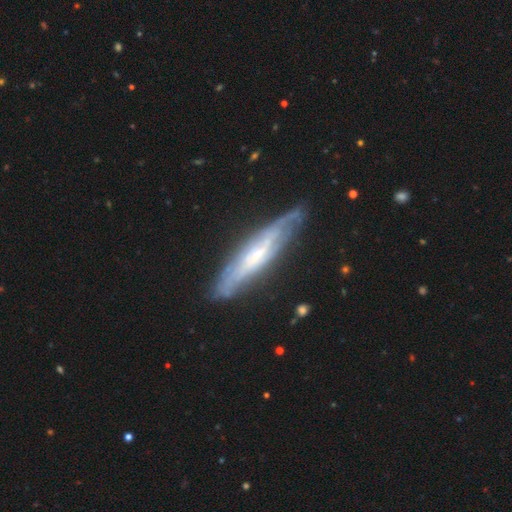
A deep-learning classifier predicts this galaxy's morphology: smooth-or-featured: featured or disk: 72% | smooth: 22% | star or artifact: 6%
  disk-edge-on: yes: 65% | no: 35%
  merging: none: 76% | minor disturbance: 17% | major disturbance: 5% | merger: 2%